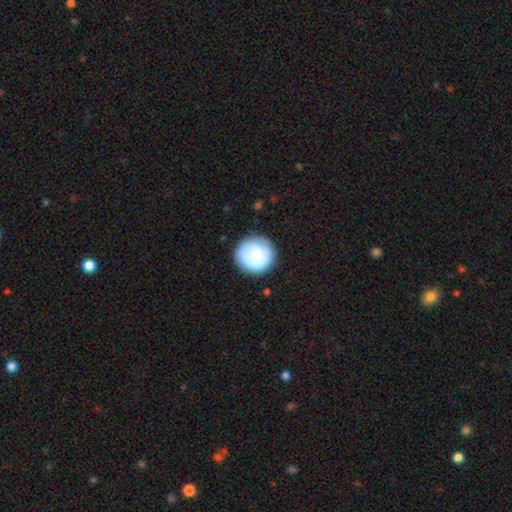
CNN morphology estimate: Smooth or featured? smooth (73%)
How rounded? round (95%)
Merging? none (84%)